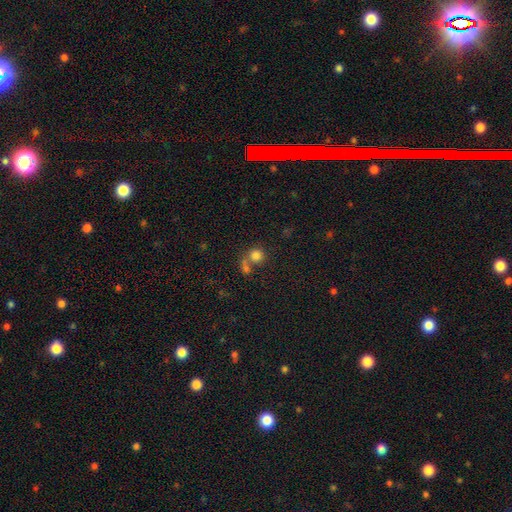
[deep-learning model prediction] This is likely a smooth galaxy (79%). How rounded: clearly round (85%). Merging: possibly none (47%).